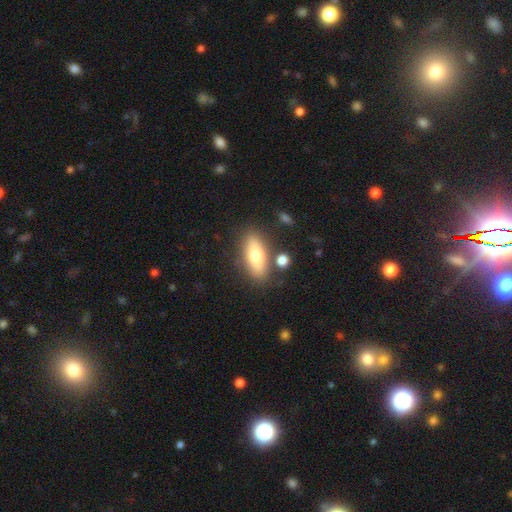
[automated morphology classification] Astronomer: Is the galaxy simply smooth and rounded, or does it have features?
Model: smooth — 67%.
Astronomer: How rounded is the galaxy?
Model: in between — 72%.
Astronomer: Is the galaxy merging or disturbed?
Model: none — 78%.